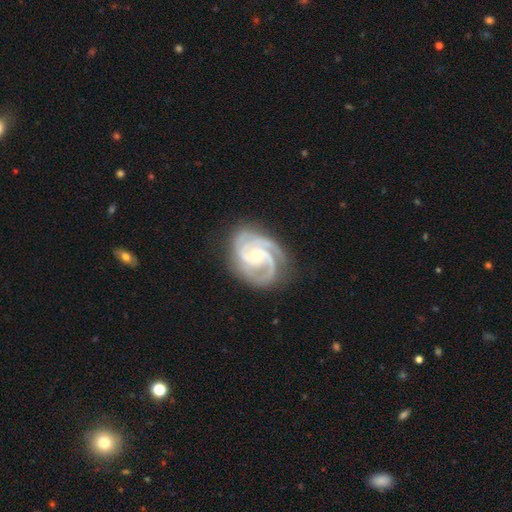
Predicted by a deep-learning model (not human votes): featured or disk 93%, star or artifact 4%, smooth 3%. Down the decision tree: edge-on disk — no (98%); bar — no (58%); spiral arms — yes (99%); spiral arm count — 3 (52%); spiral winding — tight (55%); bulge size — moderate (52%); merging — none (76%).